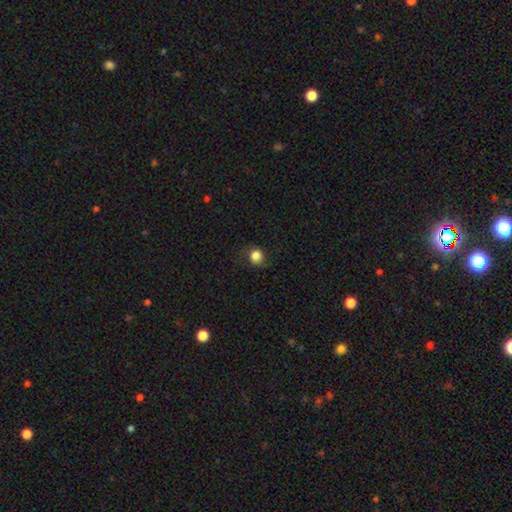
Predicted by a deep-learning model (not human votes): Smooth or featured: smooth — 84% (star or artifact — 10%)
How rounded: round — 80% (in between — 19%)
Merging: none — 75% (minor disturbance — 17%)